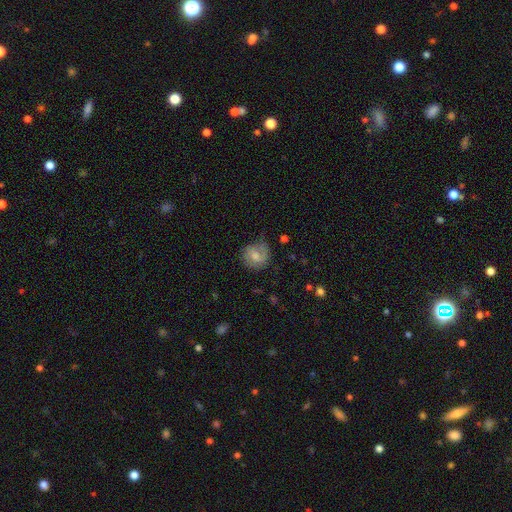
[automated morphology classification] A smooth galaxy with no disk features (50%). Merging: none (61%).